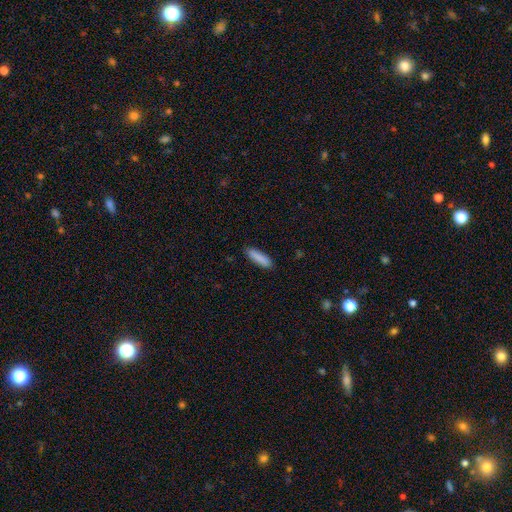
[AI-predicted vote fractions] smooth-or-featured: smooth: 87% | star or artifact: 7% | featured or disk: 6%
  how-rounded: cigar-shaped: 74% | in between: 25% | round: 1%
  merging: none: 88% | minor disturbance: 9% | major disturbance: 2% | merger: 1%